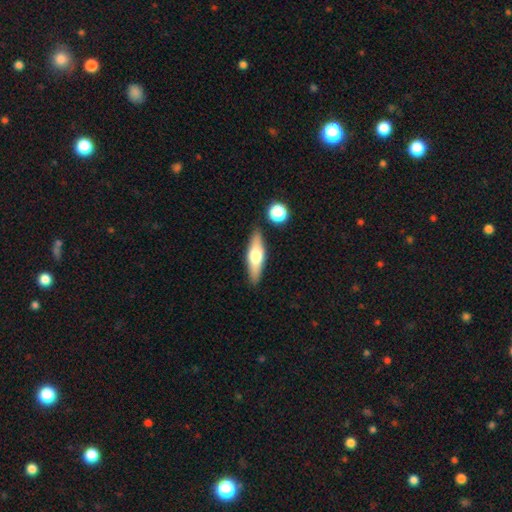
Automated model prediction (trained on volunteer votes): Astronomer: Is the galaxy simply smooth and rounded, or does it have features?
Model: smooth — 50% (runner-up: featured or disk, 43%).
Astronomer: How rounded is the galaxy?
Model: cigar-shaped — 55% (runner-up: in between, 42%).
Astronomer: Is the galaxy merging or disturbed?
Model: none — 85%.